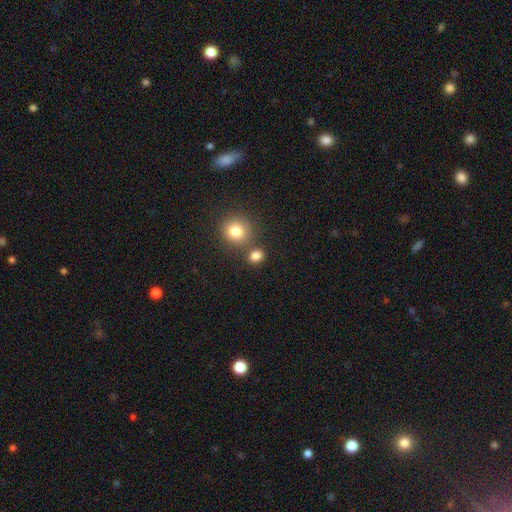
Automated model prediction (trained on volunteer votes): This appears to be a smooth galaxy with no disk features (82%) that is round (72%). Merging: none (69%).